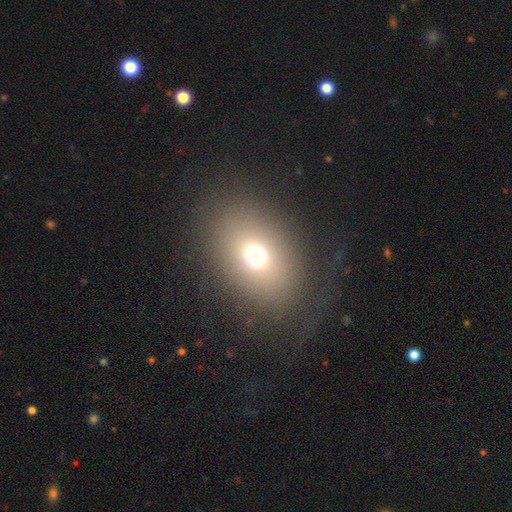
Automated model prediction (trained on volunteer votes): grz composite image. It shows a smooth galaxy with no disk features (69%) that is in between round and cigar-shaped (59%). Merging: none (82%).